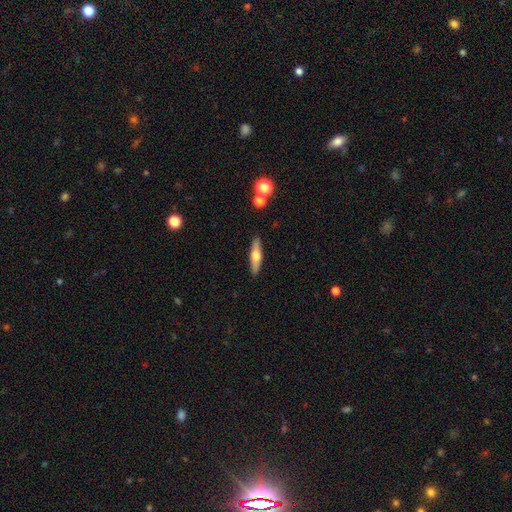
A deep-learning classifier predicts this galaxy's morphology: smooth_or_featured: smooth (p=0.49) [alt: featured or disk p=0.45]
merging: none (p=0.89) [alt: minor disturbance p=0.07]